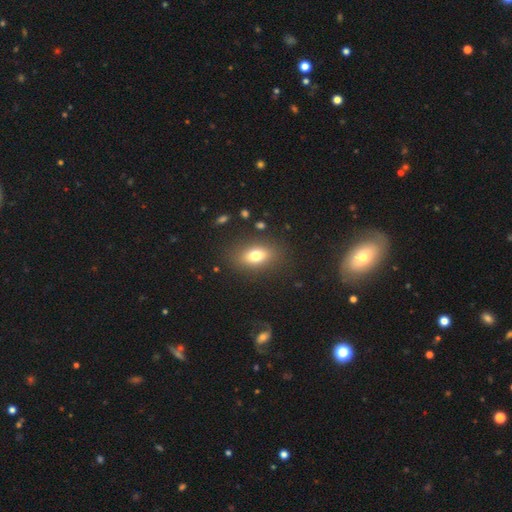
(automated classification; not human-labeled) smooth-or-featured: smooth: 74% | featured or disk: 15% | star or artifact: 11%
  how-rounded: in between: 79% | round: 16% | cigar-shaped: 5%
  merging: none: 85% | minor disturbance: 10% | major disturbance: 4% | merger: 2%